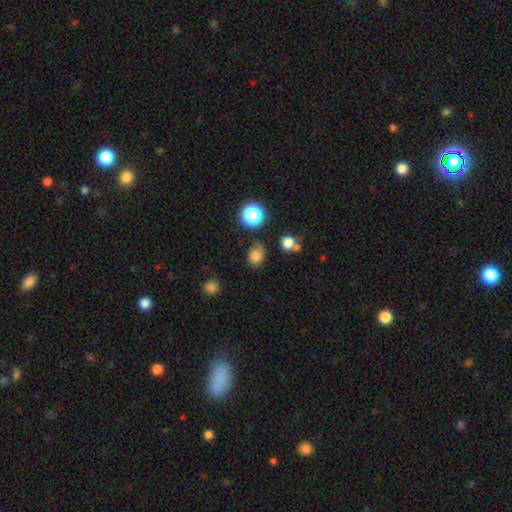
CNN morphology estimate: A smooth galaxy with no disk features (77%) that is round (52%). Merging: none (72%).